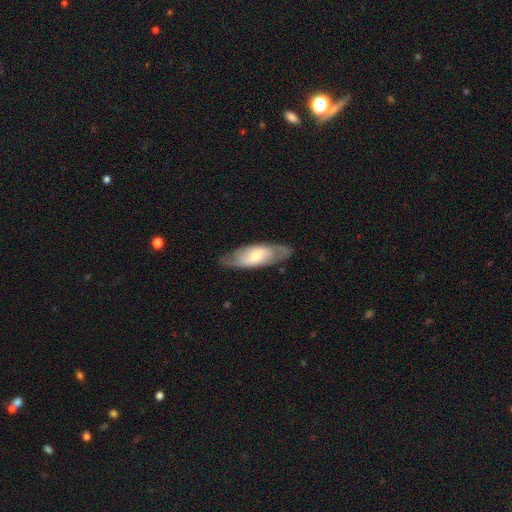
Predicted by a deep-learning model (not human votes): Morphology: type=featured or disk (54%); edge-on=no (80%); merging=none (76%).